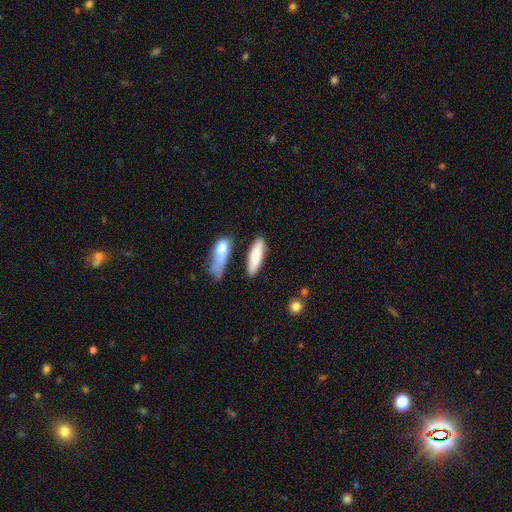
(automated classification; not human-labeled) Smooth or featured? smooth (76%)
How rounded? cigar-shaped (65%)
Merging? none (71%)